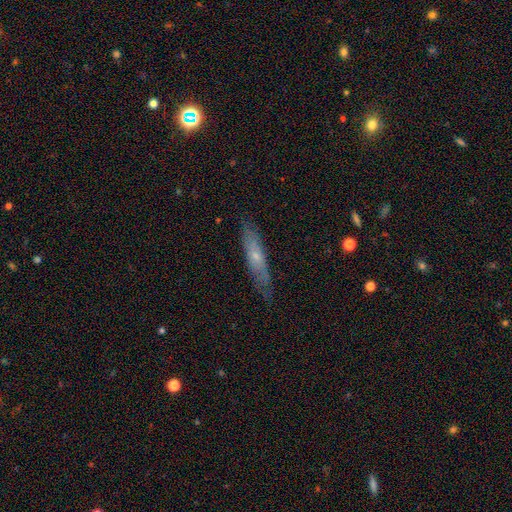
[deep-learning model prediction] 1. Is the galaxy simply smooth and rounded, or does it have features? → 49% featured or disk, 43% smooth, 8% star or artifact.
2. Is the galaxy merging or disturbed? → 78% none, 17% minor disturbance, 4% major disturbance, 1% merger.